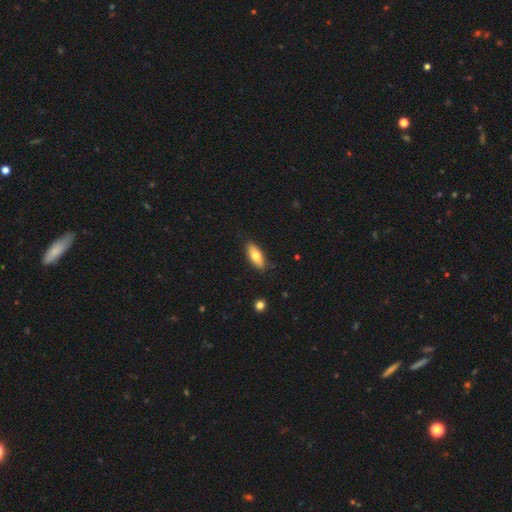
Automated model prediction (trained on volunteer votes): smooth-or-featured: smooth: 75% | featured or disk: 19% | star or artifact: 6%
  how-rounded: in between: 77% | cigar-shaped: 20% | round: 2%
  merging: none: 86% | minor disturbance: 10% | major disturbance: 2% | merger: 1%